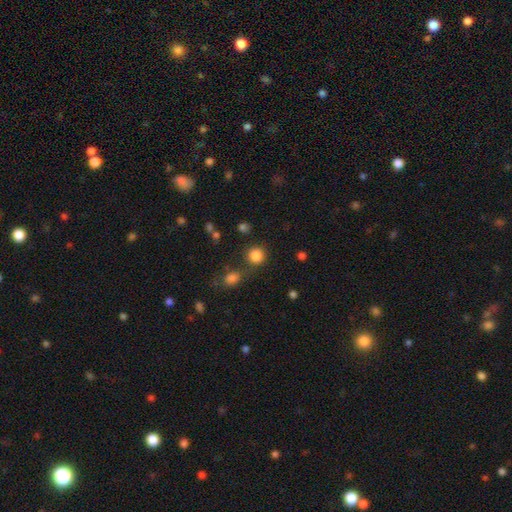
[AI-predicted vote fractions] This appears to be a smooth galaxy with no disk features (84%) that is round (90%). Merging: none (77%).